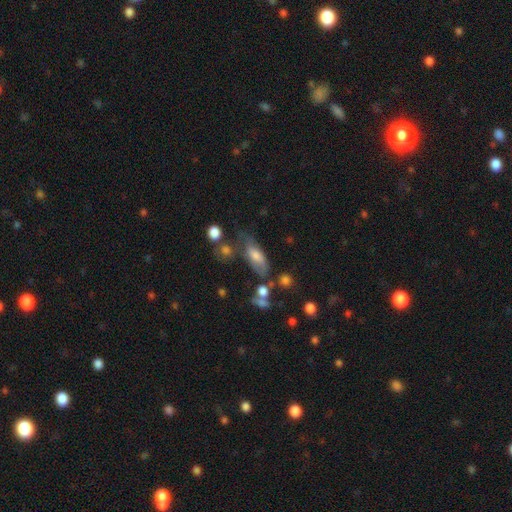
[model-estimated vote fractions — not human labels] Smooth or featured? Predicted: smooth (p=0.54). How rounded? Predicted: in between (p=0.69). Merging? Predicted: none (p=0.45).